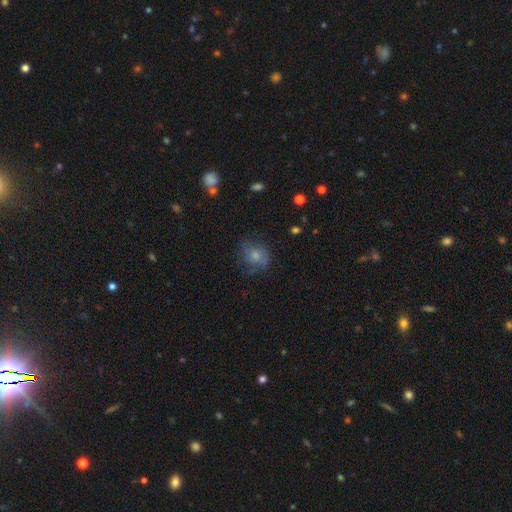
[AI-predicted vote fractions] smooth_or_featured: smooth (p=0.67) [alt: featured or disk p=0.22]
how_rounded: round (p=0.66) [alt: in between p=0.32]
merging: none (p=0.62) [alt: minor disturbance p=0.23]